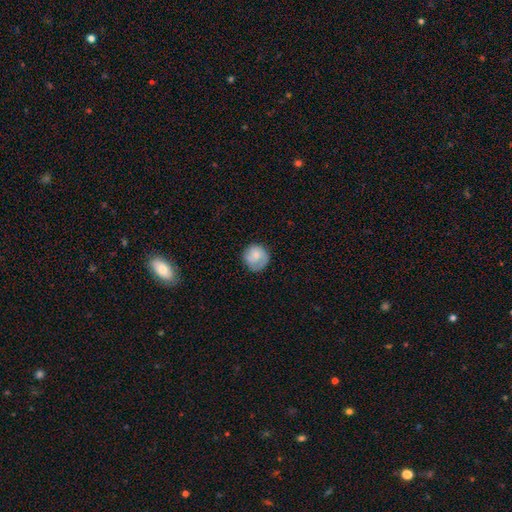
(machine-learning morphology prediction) Q: Smooth or featured?
A: smooth (71%); runner-up: featured or disk (22%)
Q: How rounded?
A: round (91%); runner-up: in between (8%)
Q: Merging?
A: none (74%); runner-up: minor disturbance (19%)